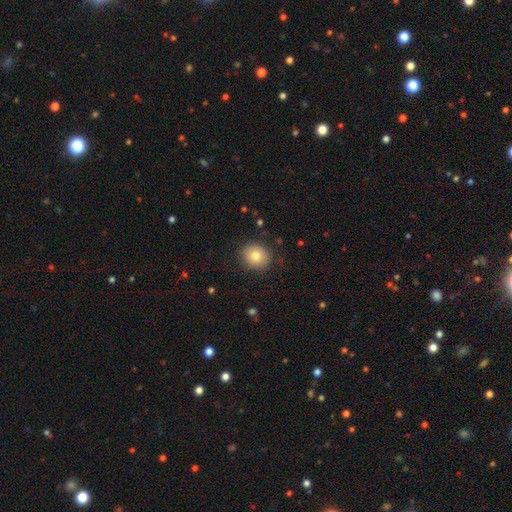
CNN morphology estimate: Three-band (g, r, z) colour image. It shows a smooth galaxy with no disk features (79%) that is round (77%). Merging: none (88%).